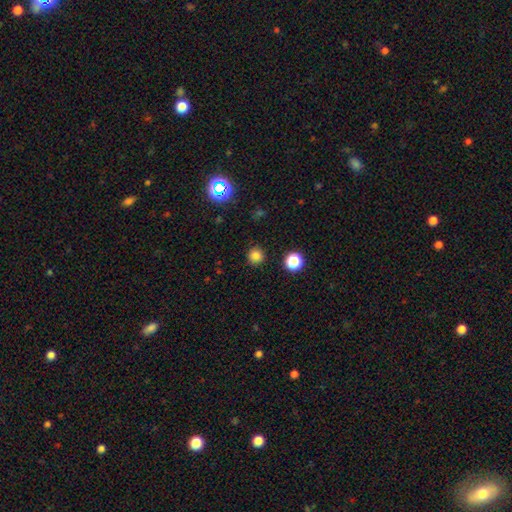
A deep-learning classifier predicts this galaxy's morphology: Q: Smooth or featured?
A: smooth (81%); runner-up: star or artifact (15%)
Q: How rounded?
A: round (95%); runner-up: in between (4%)
Q: Merging?
A: none (91%); runner-up: minor disturbance (5%)